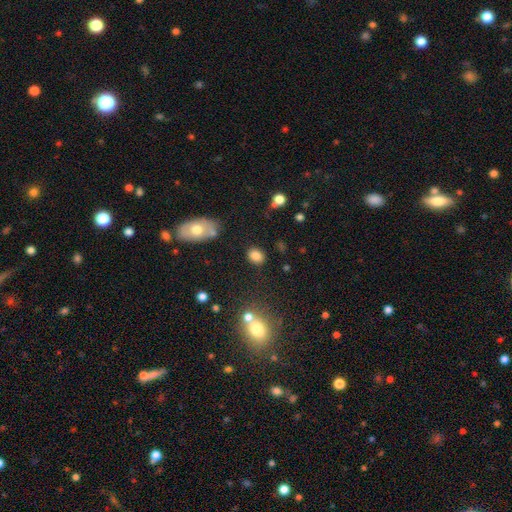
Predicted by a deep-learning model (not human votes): smooth_or_featured: smooth (p=0.82) [alt: star or artifact p=0.12]
how_rounded: in between (p=0.56) [alt: round p=0.43]
merging: none (p=0.82) [alt: minor disturbance p=0.10]